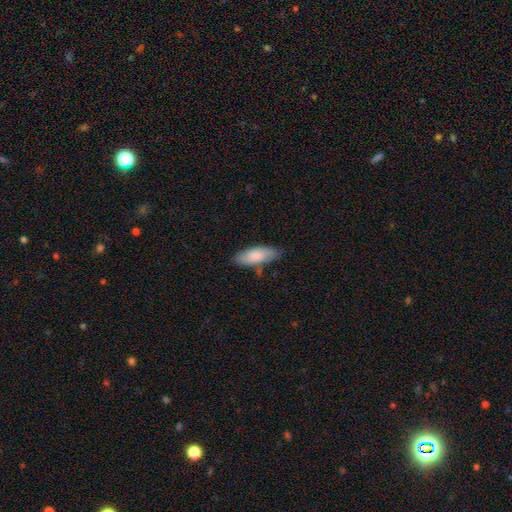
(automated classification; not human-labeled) smooth-or-featured: smooth: 82% | featured or disk: 12% | star or artifact: 6%
  how-rounded: in between: 70% | cigar-shaped: 28% | round: 2%
  merging: none: 77% | minor disturbance: 18% | major disturbance: 3% | merger: 2%